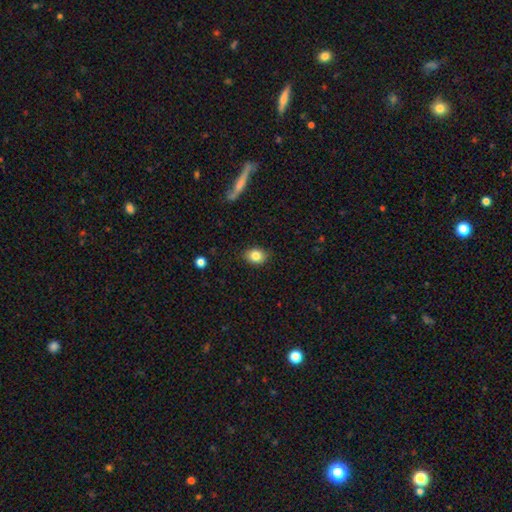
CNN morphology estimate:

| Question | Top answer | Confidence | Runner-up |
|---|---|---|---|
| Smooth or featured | smooth | 84% | star or artifact (9%) |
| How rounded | in between | 60% | round (39%) |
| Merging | none | 84% | minor disturbance (12%) |